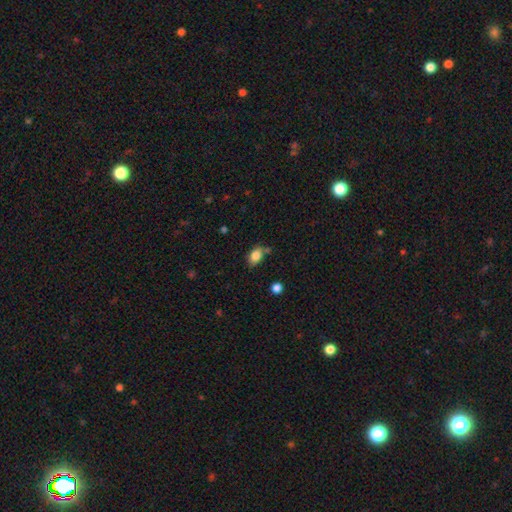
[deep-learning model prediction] The model was most divided on "merging": none: 64%, minor disturbance: 21%, merger: 9%, major disturbance: 5%. More confident: smooth or featured — smooth (83%); how rounded — in between (81%).